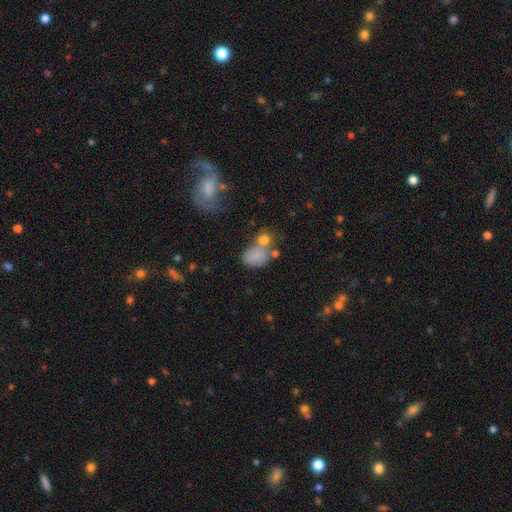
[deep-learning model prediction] Smooth or featured: smooth — 76% (featured or disk — 12%)
How rounded: in between — 70% (round — 29%)
Merging: none — 40% (merger — 33%)